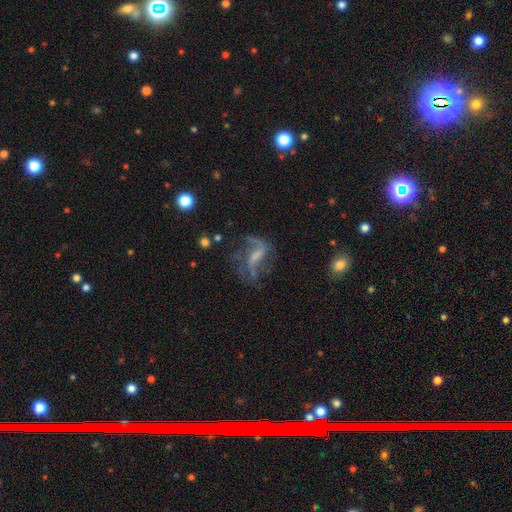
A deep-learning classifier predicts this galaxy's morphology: A featured or disk galaxy (74%) with a weak bar (43%), 2 (70%) loose (75%) spiral arms (84%) and no central bulge (40%).

Vote fractions:
- Smooth or featured? featured or disk: 74% / smooth: 14% / star or artifact: 12%
- Edge-on disk? no: 93% / yes: 7%
- Bar? weak: 43% / strong: 29% / no: 28%
- Spiral arms? yes: 84% / no: 16%
- Spiral winding? loose: 75% / medium: 20% / tight: 5%
- Spiral arm count? 2: 70% / can't tell: 11% / 1: 9% / 3: 5% / 4: 3% / more than 4: 2%
- Bulge size? none: 40% / small: 32% / moderate: 22% / large: 4% / dominant: 1%
- Merging? none: 48% / major disturbance: 29% / minor disturbance: 19% / merger: 5%